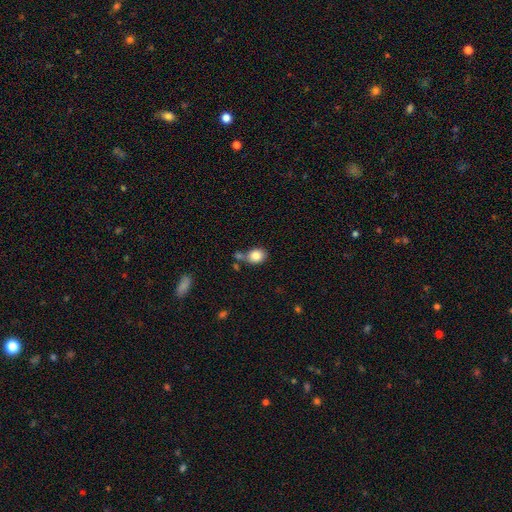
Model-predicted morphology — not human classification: smooth_or_featured: smooth (p=0.84) [alt: star or artifact p=0.09]
how_rounded: round (p=0.57) [alt: in between p=0.42]
merging: none (p=0.58) [alt: merger p=0.21]